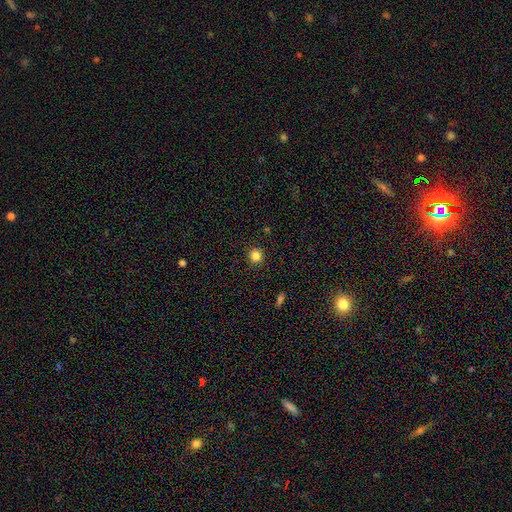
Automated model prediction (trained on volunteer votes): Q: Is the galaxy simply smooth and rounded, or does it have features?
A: smooth — 83%.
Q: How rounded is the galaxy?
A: round — 92%.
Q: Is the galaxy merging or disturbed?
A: none — 91%.